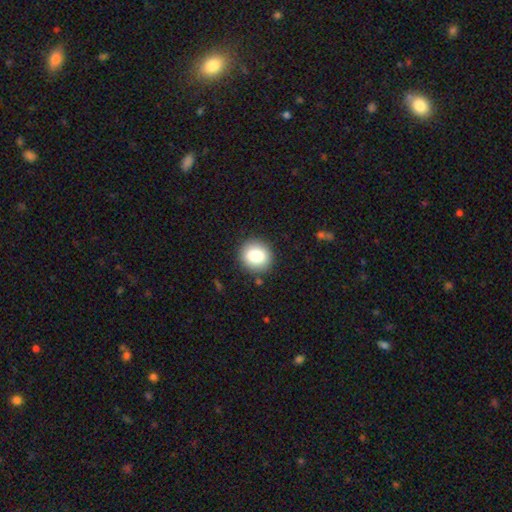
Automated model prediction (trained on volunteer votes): Morphology: type=smooth (81%); roundness=round (82%); merging=none (89%).